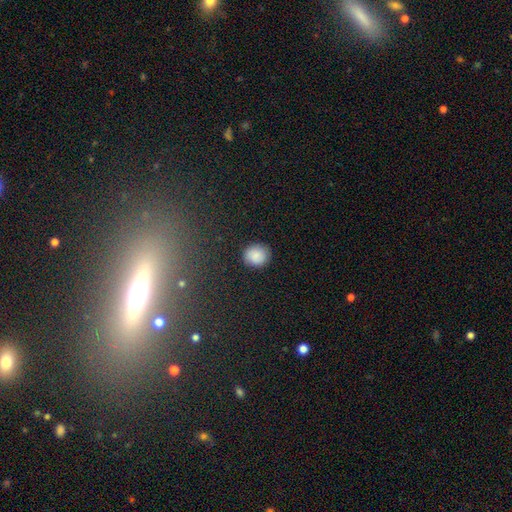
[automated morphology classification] Smooth or featured? smooth (87%)
How rounded? round (82%)
Merging? none (87%)